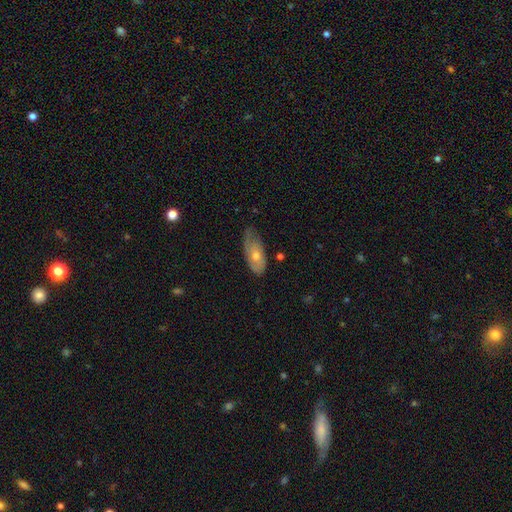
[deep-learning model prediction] smooth_or_featured: smooth (p=0.48) [alt: featured or disk p=0.45]
merging: none (p=0.53) [alt: minor disturbance p=0.36]